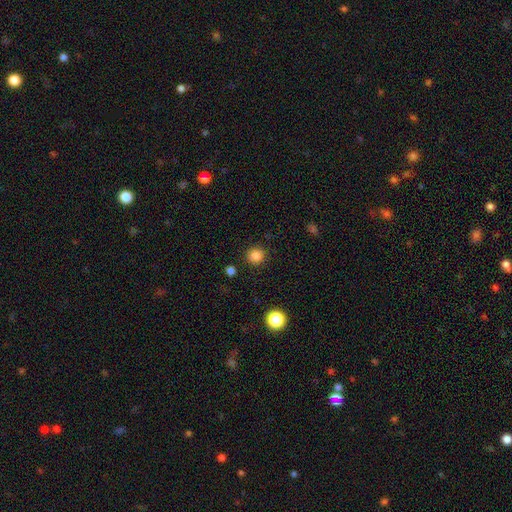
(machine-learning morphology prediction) Overall: smooth (85%). How rounded: round (93%). Merging: none (90%).